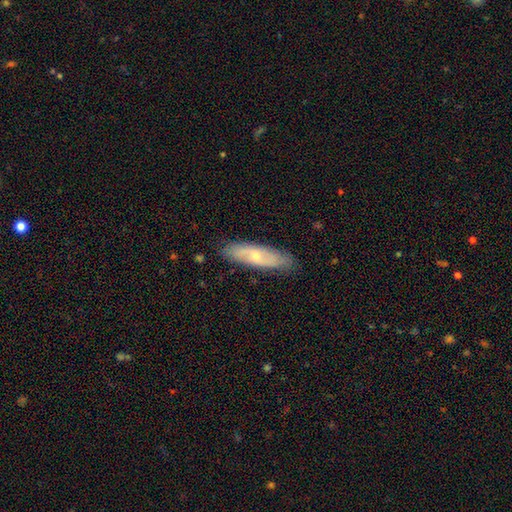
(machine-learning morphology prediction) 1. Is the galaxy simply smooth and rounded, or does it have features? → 47% smooth (tied), 47% featured or disk (tied), 6% star or artifact.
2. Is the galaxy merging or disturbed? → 84% none, 12% minor disturbance, 2% major disturbance, 1% merger.